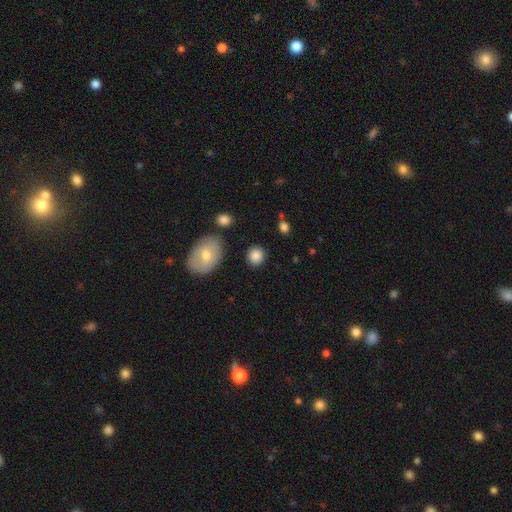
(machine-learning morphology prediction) This is clearly a smooth galaxy (86%). How rounded: clearly round (82%). Merging: clearly none (86%).